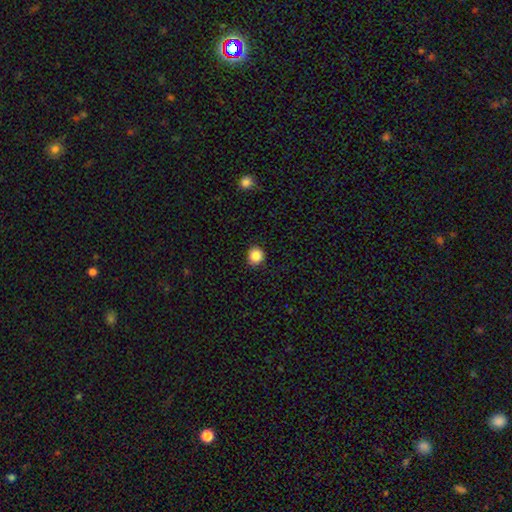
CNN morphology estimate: Smooth or featured? Predicted: smooth (p=0.86). How rounded? Predicted: round (p=0.92). Merging? Predicted: none (p=0.89).